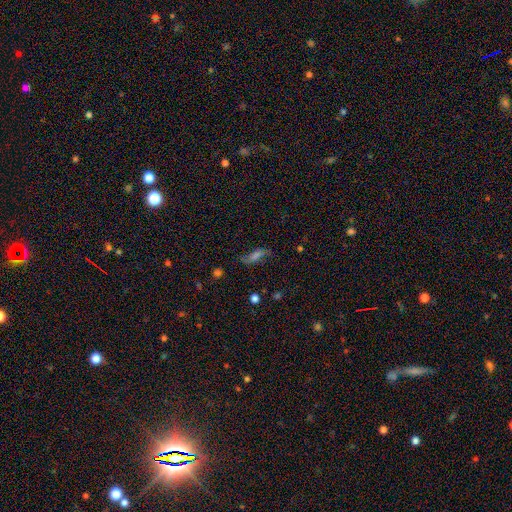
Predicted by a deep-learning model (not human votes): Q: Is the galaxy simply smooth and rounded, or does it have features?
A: featured or disk — 43%.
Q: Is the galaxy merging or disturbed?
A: none — 71%.